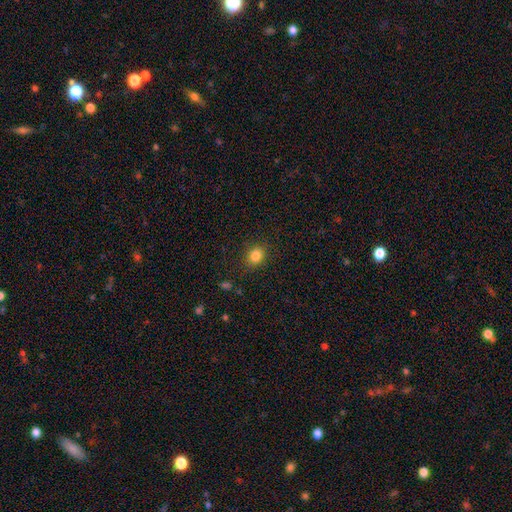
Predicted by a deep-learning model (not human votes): The model was most divided on "how rounded": round: 67%, in between: 32%, cigar-shaped: 1%. More confident: merging — none (87%); smooth or featured — smooth (83%).